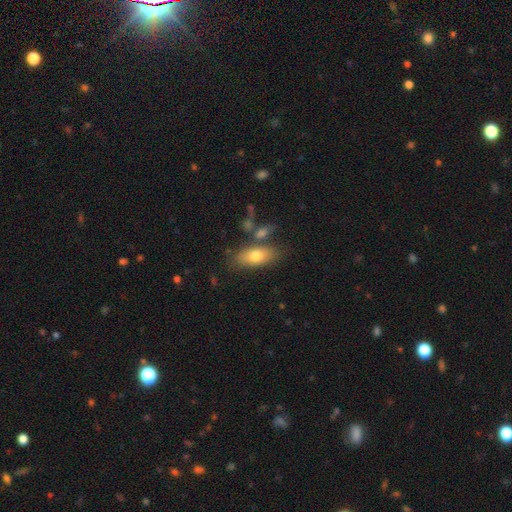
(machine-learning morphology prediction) The model was most divided on "smooth or featured": smooth: 74%, featured or disk: 19%, star or artifact: 7%. More confident: how rounded — in between (85%); merging — none (71%).